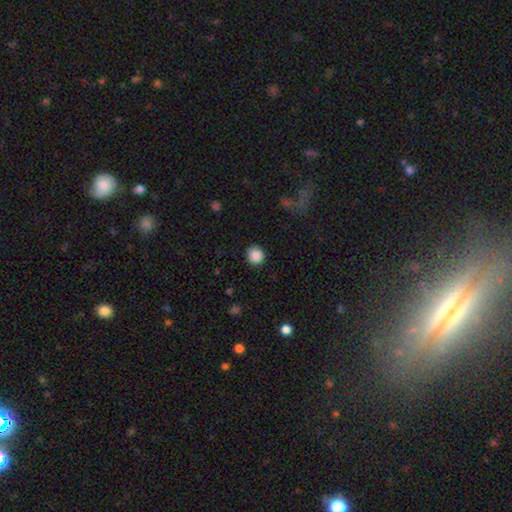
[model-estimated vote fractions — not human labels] Overall: smooth (88%). How rounded: round (92%). Merging: none (90%).